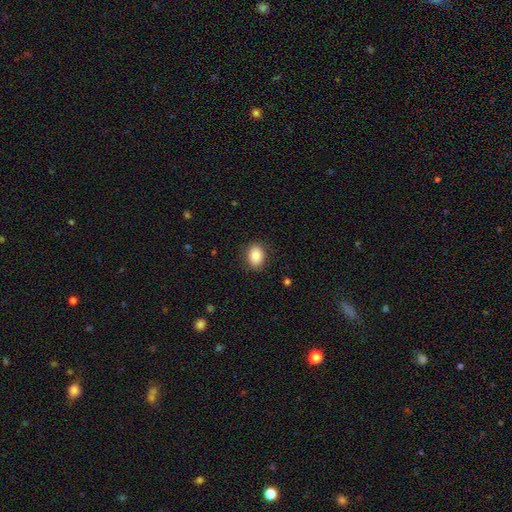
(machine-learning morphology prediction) A smooth galaxy with no disk features (86%) that is in between round and cigar-shaped (68%).

Vote fractions:
- Smooth or featured? smooth: 86% / star or artifact: 8% / featured or disk: 6%
- How rounded? in between: 68% / round: 31% / cigar-shaped: 1%
- Merging? none: 86% / minor disturbance: 11% / major disturbance: 3% / merger: 1%